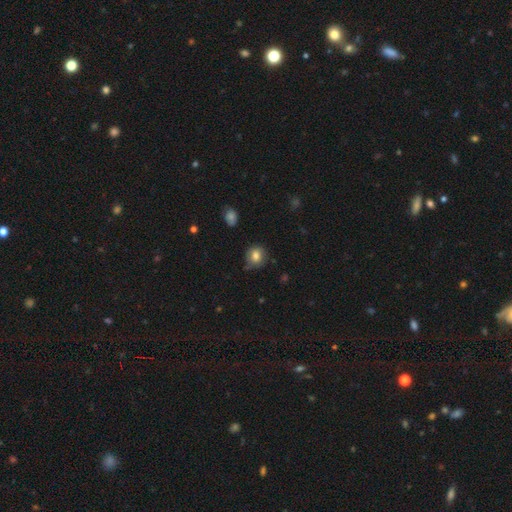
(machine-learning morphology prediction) Q: Smooth or featured?
A: smooth (79%); runner-up: featured or disk (11%)
Q: How rounded?
A: round (82%); runner-up: in between (17%)
Q: Merging?
A: none (76%); runner-up: minor disturbance (19%)